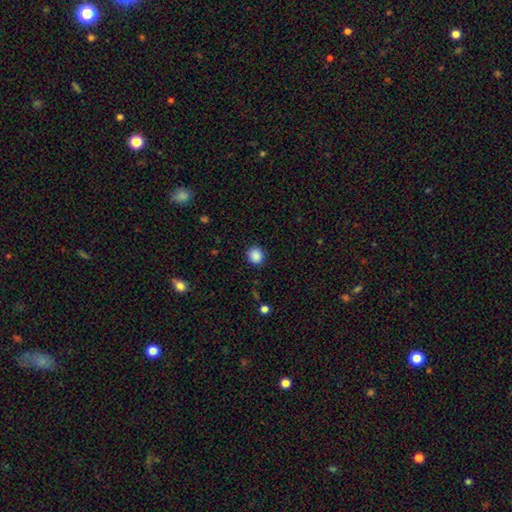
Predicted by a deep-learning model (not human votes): A smooth galaxy with no disk features (88%) that is round (87%). Merging: none (90%).